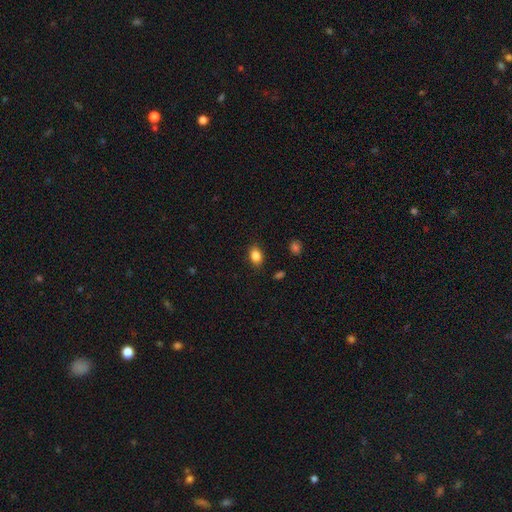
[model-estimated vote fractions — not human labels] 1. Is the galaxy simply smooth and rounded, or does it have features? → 85% smooth, 9% star or artifact, 6% featured or disk.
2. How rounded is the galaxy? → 77% in between, 21% round, 1% cigar-shaped.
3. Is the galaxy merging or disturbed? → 86% none, 10% minor disturbance, 3% major disturbance, 1% merger.